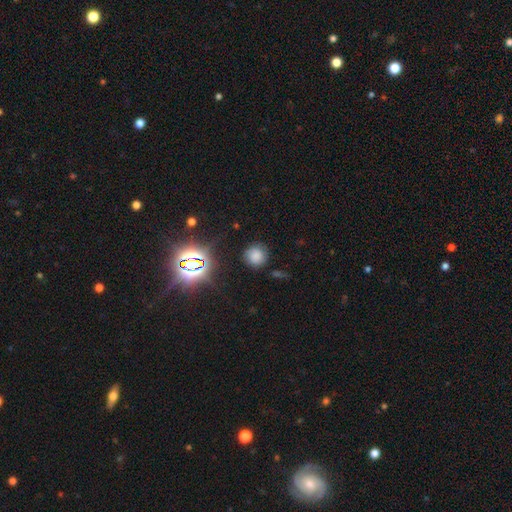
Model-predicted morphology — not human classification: smooth 71%, star or artifact 21%, featured or disk 8%. Down the decision tree: how rounded — round (91%); merging — none (81%).